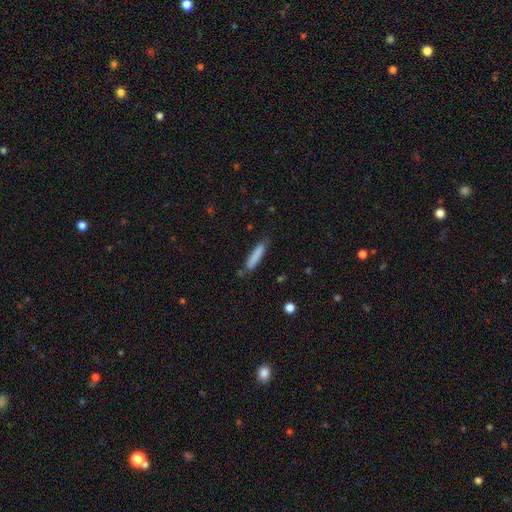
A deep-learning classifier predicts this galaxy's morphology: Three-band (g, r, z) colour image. It shows a smooth galaxy with no disk features (83%) that is cigar-shaped (85%). Merging: none (76%).